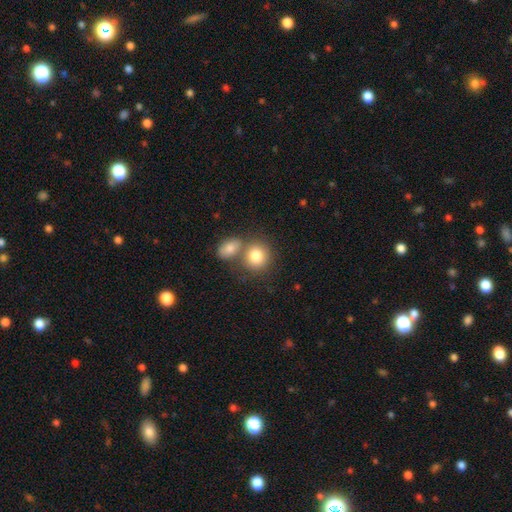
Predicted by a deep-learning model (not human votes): Smooth or featured: smooth — 81% (featured or disk — 10%)
How rounded: round — 76% (in between — 23%)
Merging: none — 50% (merger — 37%)